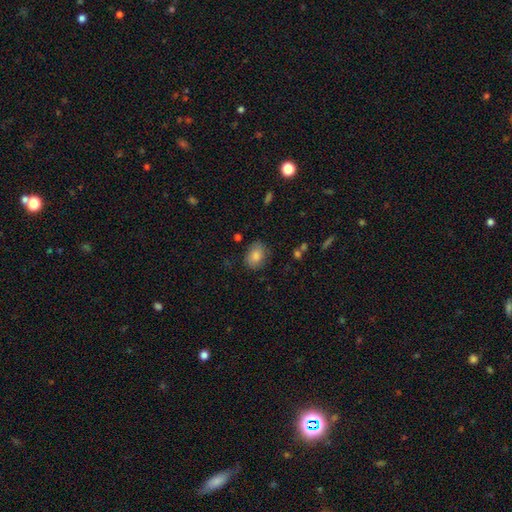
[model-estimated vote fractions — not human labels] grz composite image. It shows a smooth galaxy with no disk features (81%) that is in between round and cigar-shaped (66%). Merging: none (77%).